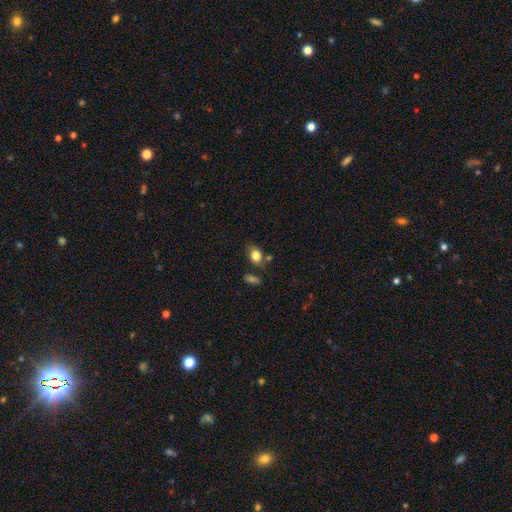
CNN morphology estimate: This is clearly a smooth galaxy (81%). How rounded: likely in between (71%). Merging: likely none (69%).